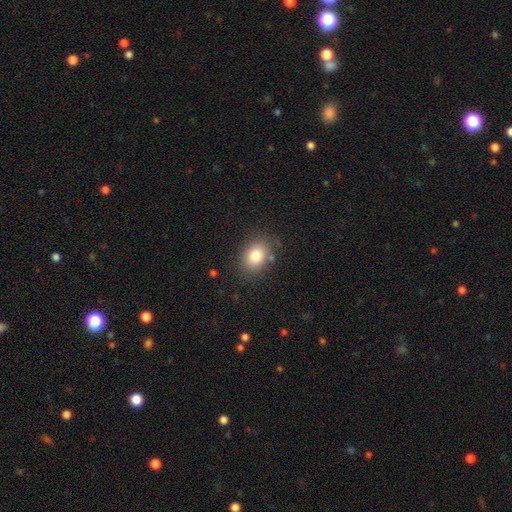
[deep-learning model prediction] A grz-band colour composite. It shows a smooth galaxy with no disk features (81%) that is in between round and cigar-shaped (60%). Merging: none (79%).